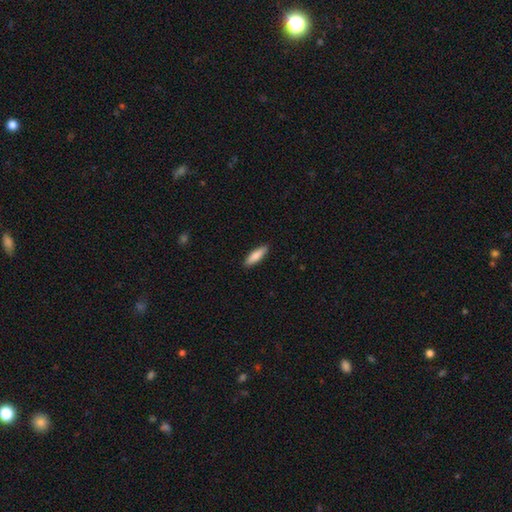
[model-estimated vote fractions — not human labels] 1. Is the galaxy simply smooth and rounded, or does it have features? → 83% smooth, 12% featured or disk, 6% star or artifact.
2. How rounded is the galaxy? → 58% cigar-shaped, 40% in between, 2% round.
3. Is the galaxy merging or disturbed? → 88% none, 9% minor disturbance, 2% major disturbance, 1% merger.